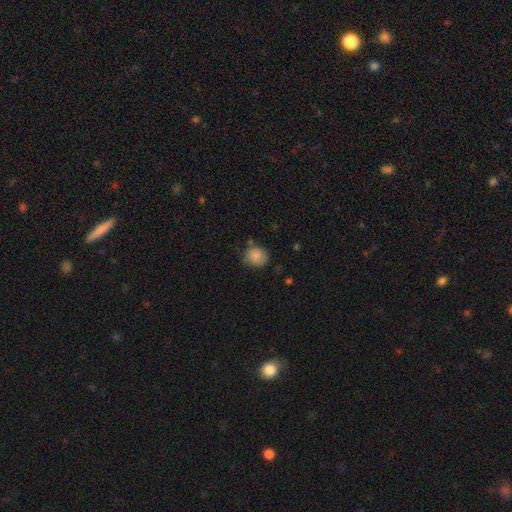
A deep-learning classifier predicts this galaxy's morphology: smooth-or-featured: smooth: 84% | star or artifact: 8% | featured or disk: 8%
  how-rounded: round: 74% | in between: 25% | cigar-shaped: 1%
  merging: none: 68% | minor disturbance: 23% | major disturbance: 5% | merger: 4%